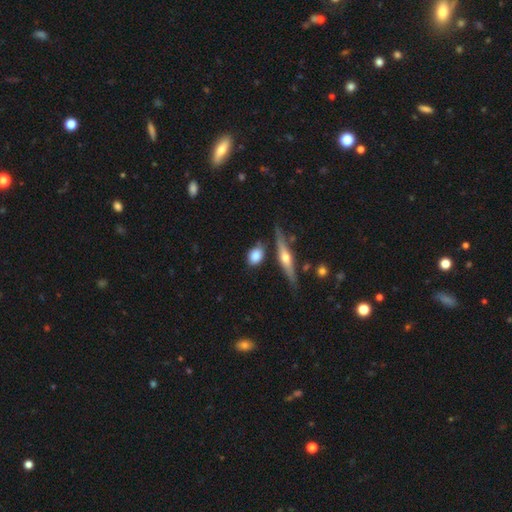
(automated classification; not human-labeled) smooth-or-featured: smooth: 76% | featured or disk: 18% | star or artifact: 7%
  how-rounded: in between: 57% | round: 34% | cigar-shaped: 10%
  merging: none: 71% | minor disturbance: 16% | merger: 9% | major disturbance: 4%